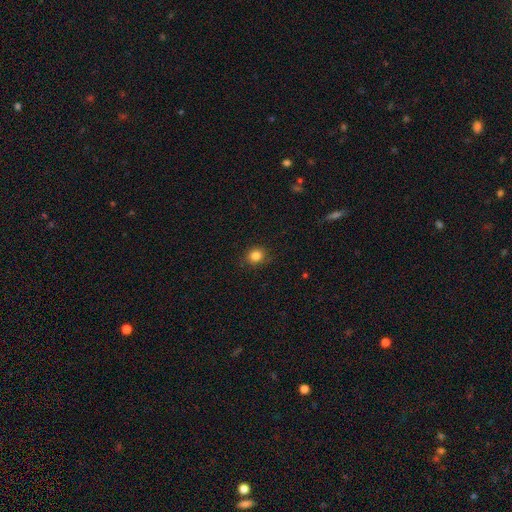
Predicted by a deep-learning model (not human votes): Morphology: type=smooth (84%); roundness=round (77%); merging=none (87%).